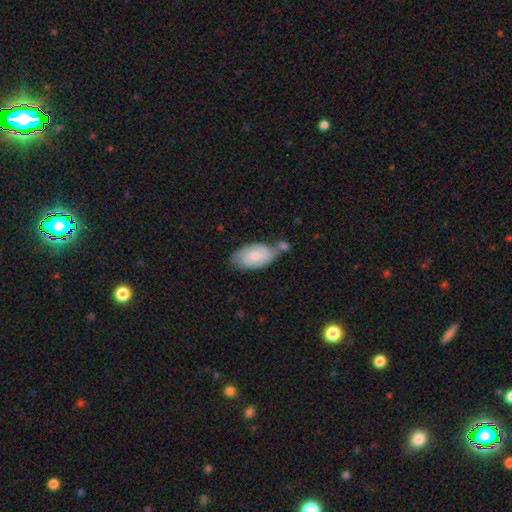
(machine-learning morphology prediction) smooth-or-featured: smooth: 48% | featured or disk: 46% | star or artifact: 6%
  merging: none: 42% | merger: 29% | minor disturbance: 22% | major disturbance: 7%